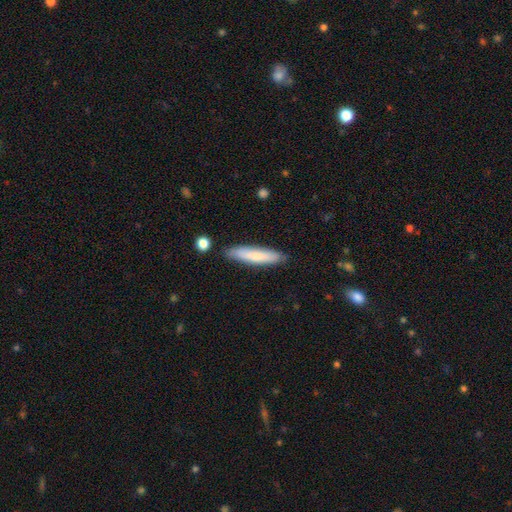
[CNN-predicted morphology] smooth_or_featured: smooth (p=0.75) [alt: featured or disk p=0.19]
how_rounded: cigar-shaped (p=0.86) [alt: in between p=0.13]
merging: none (p=0.86) [alt: minor disturbance p=0.10]